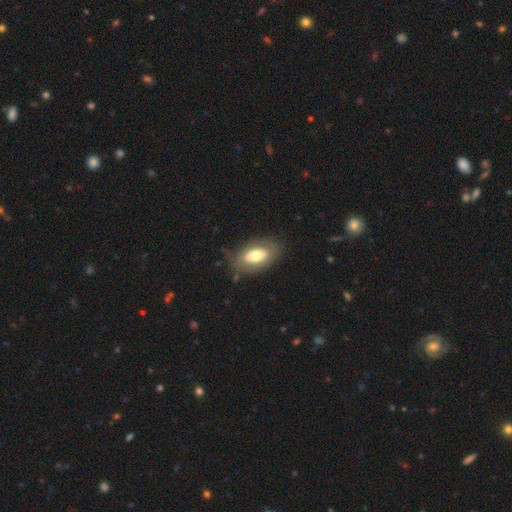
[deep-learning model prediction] smooth-or-featured: smooth: 61% | featured or disk: 32% | star or artifact: 7%
  how-rounded: in between: 91% | round: 6% | cigar-shaped: 3%
  merging: none: 70% | minor disturbance: 20% | major disturbance: 8% | merger: 2%